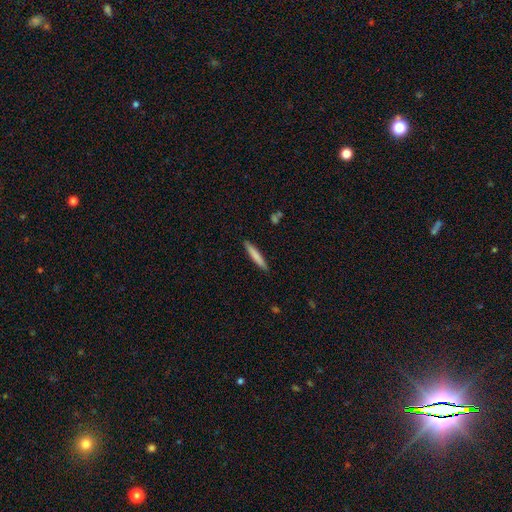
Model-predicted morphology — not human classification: Smooth or featured? smooth (78%)
How rounded? cigar-shaped (93%)
Merging? none (90%)